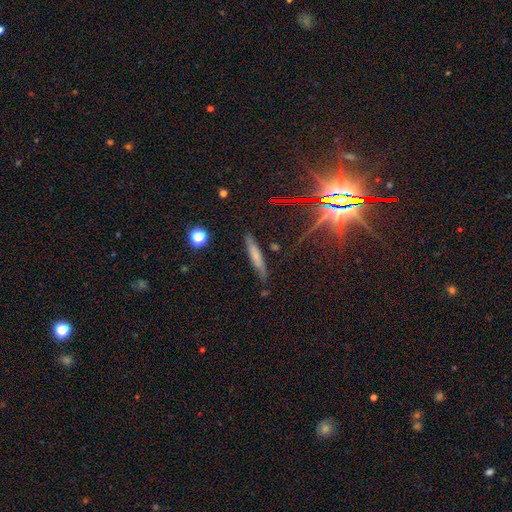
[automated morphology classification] smooth 59%, featured or disk 29%, star or artifact 12%. Down the decision tree: how rounded — cigar-shaped (90%); merging — none (80%).